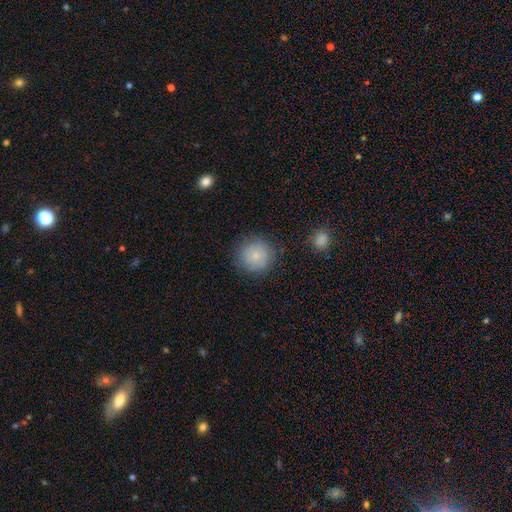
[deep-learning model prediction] Q: Smooth or featured?
A: smooth (80%); runner-up: featured or disk (11%)
Q: How rounded?
A: round (94%); runner-up: in between (5%)
Q: Merging?
A: none (84%); runner-up: minor disturbance (11%)